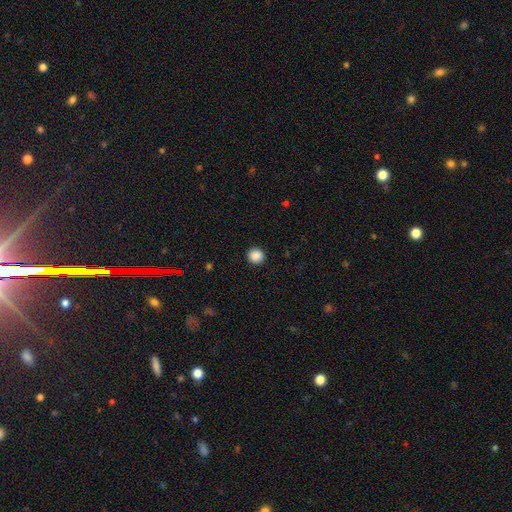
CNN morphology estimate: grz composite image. It shows a smooth galaxy with no disk features (88%) that is round (92%). Merging: none (92%).